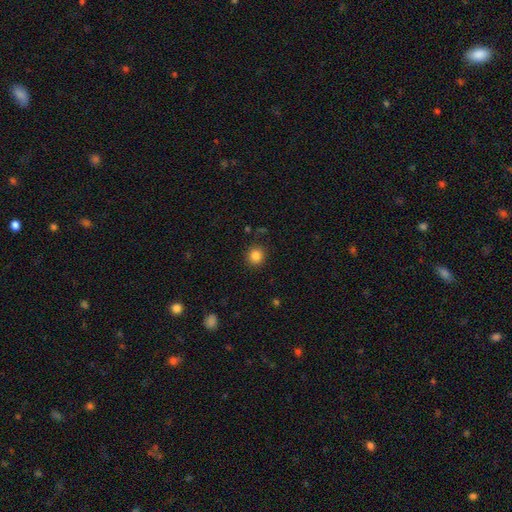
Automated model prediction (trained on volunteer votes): smooth_or_featured: smooth (p=0.85) [alt: star or artifact p=0.11]
how_rounded: round (p=0.89) [alt: in between p=0.10]
merging: none (p=0.89) [alt: minor disturbance p=0.07]